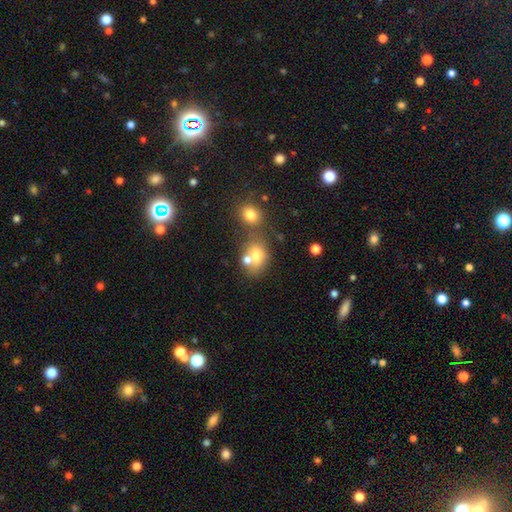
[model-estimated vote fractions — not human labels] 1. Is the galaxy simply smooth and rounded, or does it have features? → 71% smooth, 17% featured or disk, 12% star or artifact.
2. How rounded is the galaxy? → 56% in between, 42% round, 1% cigar-shaped.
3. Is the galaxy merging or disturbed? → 43% none, 38% merger, 13% minor disturbance, 6% major disturbance.